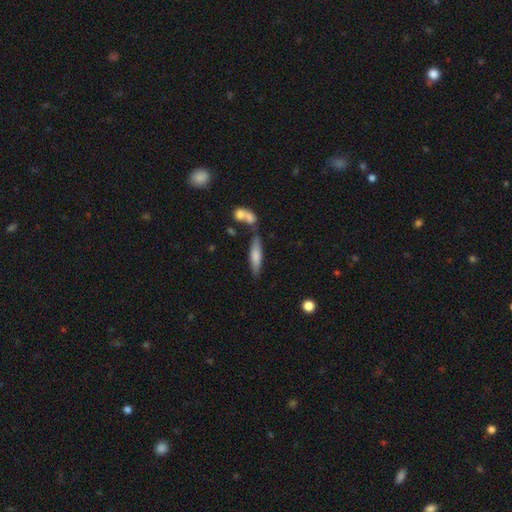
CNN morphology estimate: Smooth or featured: smooth — 69% (featured or disk — 25%)
How rounded: cigar-shaped — 71% (in between — 27%)
Merging: none — 65% (merger — 16%)